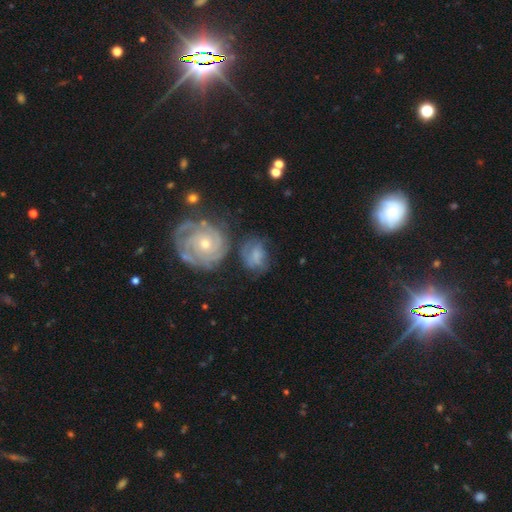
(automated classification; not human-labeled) Morphology: type=featured or disk (53%); edge-on=no (97%); bar=no (62%); spiral arms=yes (83%); bulge=moderate (39%); merging=none (47%).